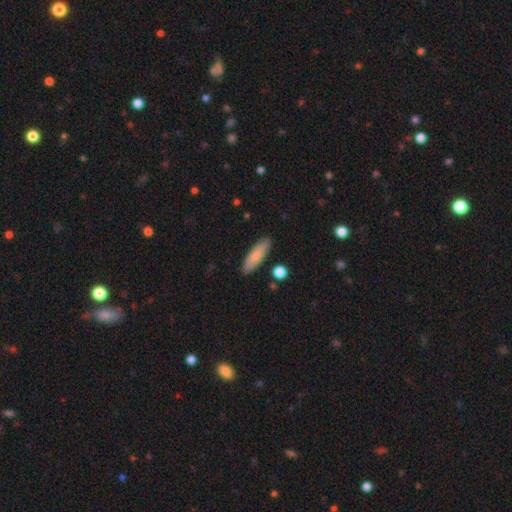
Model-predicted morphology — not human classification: The model was most divided on "how rounded": cigar-shaped: 51%, in between: 47%, round: 2%. More confident: merging — none (88%); smooth or featured — smooth (82%).